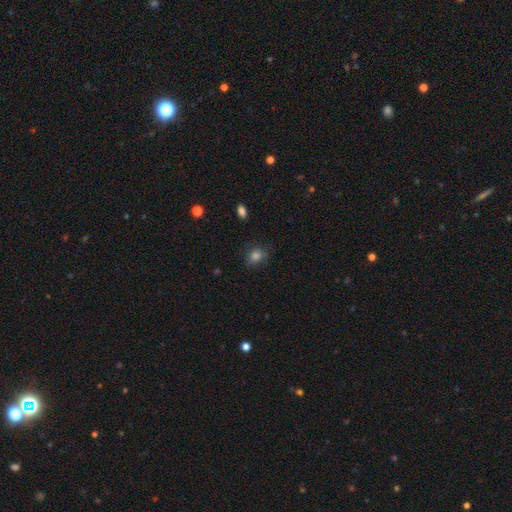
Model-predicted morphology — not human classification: Smooth or featured?
  - smooth: 81% *
  - star or artifact: 12%
  - featured or disk: 7%
How rounded?
  - in between: 50% *
  - round: 48%
  - cigar-shaped: 1%
Merging?
  - none: 73% *
  - minor disturbance: 20%
  - major disturbance: 5%
  - merger: 1%